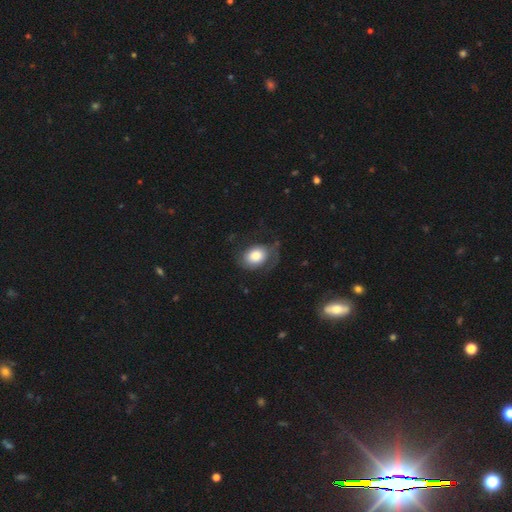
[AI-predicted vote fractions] Overall: smooth (65%; featured or disk 27%). How rounded: in between (64%; round 35%). Merging: none (50%; minor disturbance 24%).